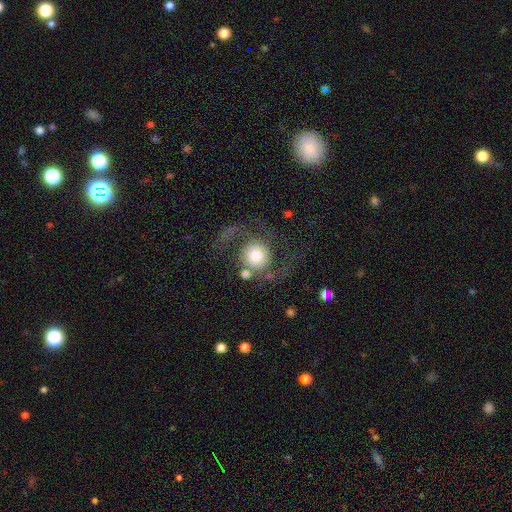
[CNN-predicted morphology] This appears to be a featured or disk galaxy (53%) with no bar (80%), spiral arms (84%) and a large central bulge (38%). Merging: none (51%).